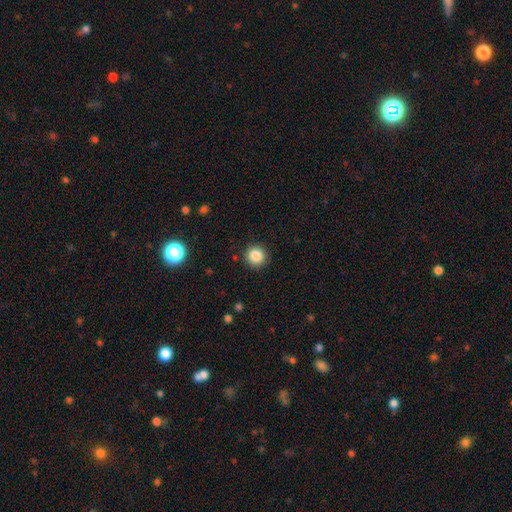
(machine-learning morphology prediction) This is clearly a smooth galaxy (86%). How rounded: clearly round (94%). Merging: clearly none (90%).